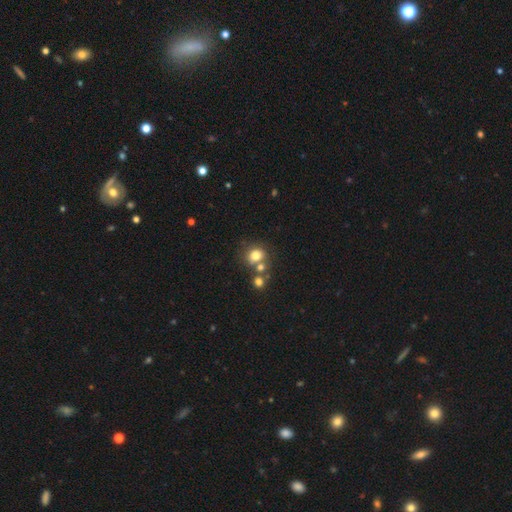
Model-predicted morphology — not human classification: smooth-or-featured: smooth: 75% | star or artifact: 14% | featured or disk: 12%
  how-rounded: round: 76% | in between: 23% | cigar-shaped: 1%
  merging: none: 53% | merger: 32% | minor disturbance: 10% | major disturbance: 5%